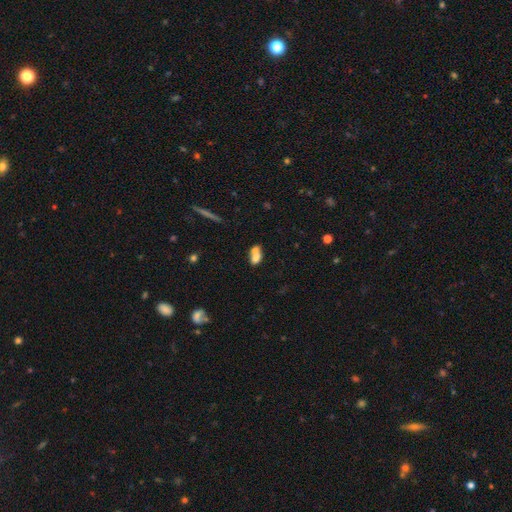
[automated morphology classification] smooth 69%, featured or disk 21%, star or artifact 10%. Down the decision tree: how rounded — in between (75%); merging — merger (62%).